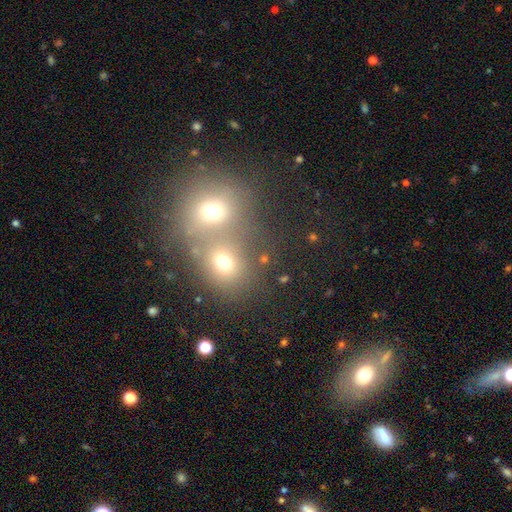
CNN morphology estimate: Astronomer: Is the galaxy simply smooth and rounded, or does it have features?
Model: smooth — 55%.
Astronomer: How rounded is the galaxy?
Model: round — 74%.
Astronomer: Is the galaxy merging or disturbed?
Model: merger — 64%.